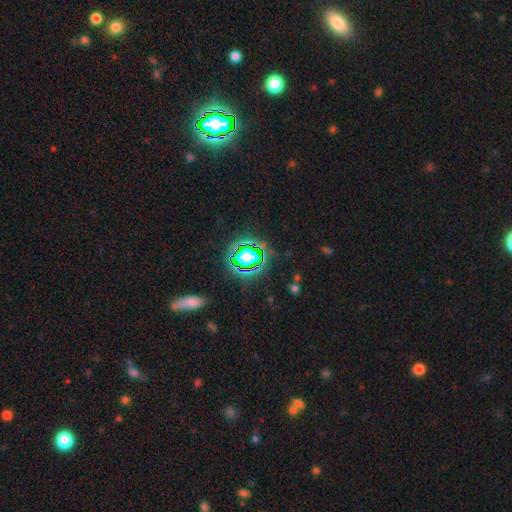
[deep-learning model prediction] Smooth or featured? Predicted: star or artifact (p=0.76).